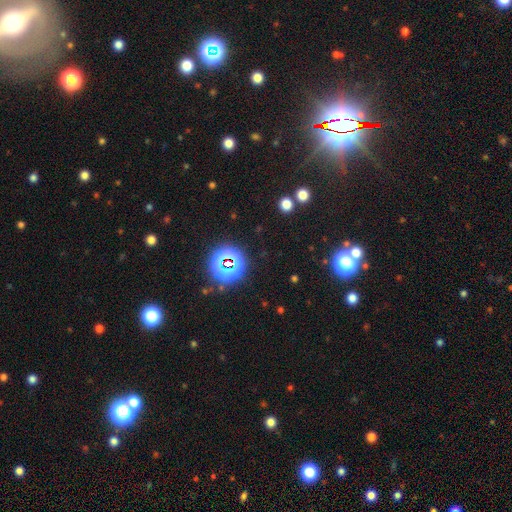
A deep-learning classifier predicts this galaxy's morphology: This is clearly a star or artifact rather than a galaxy (84%).